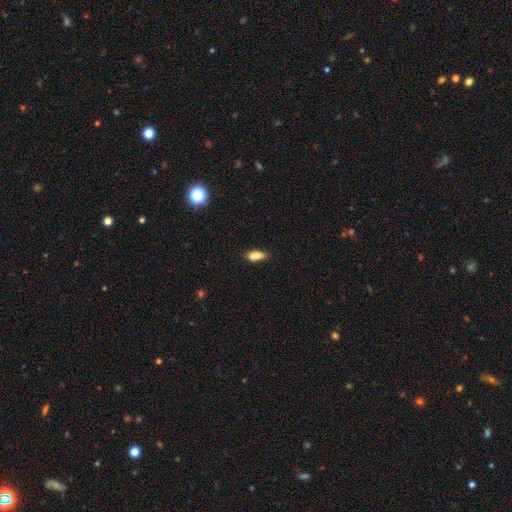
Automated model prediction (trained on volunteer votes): Overall: smooth (82%). How rounded: in between (79%). Merging: none (64%; minor disturbance 24%).